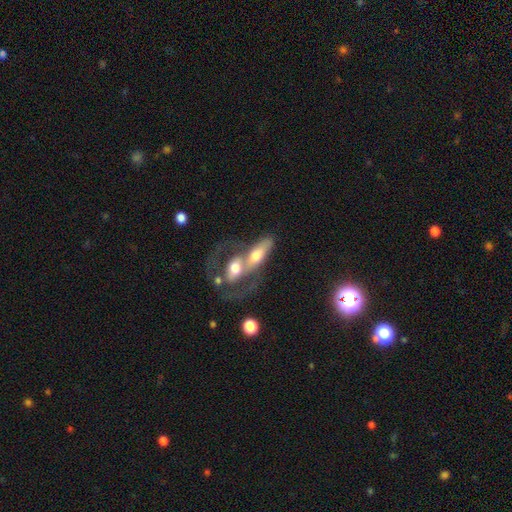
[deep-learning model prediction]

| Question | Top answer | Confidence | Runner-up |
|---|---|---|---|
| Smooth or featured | featured or disk | 48% | smooth (45%) |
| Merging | merger | 68% | none (16%) |